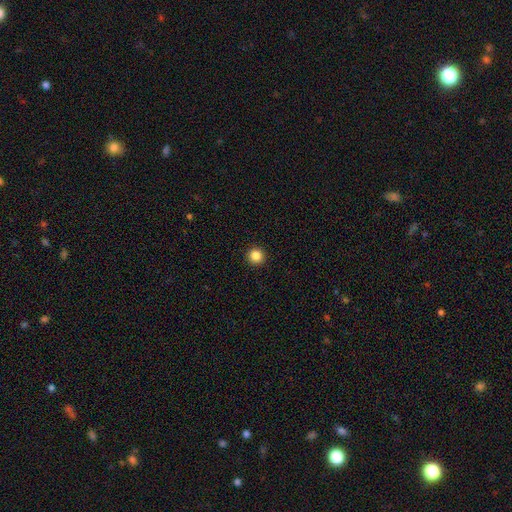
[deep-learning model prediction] smooth 86%, star or artifact 11%, featured or disk 3%. Down the decision tree: how rounded — round (96%); merging — none (94%).